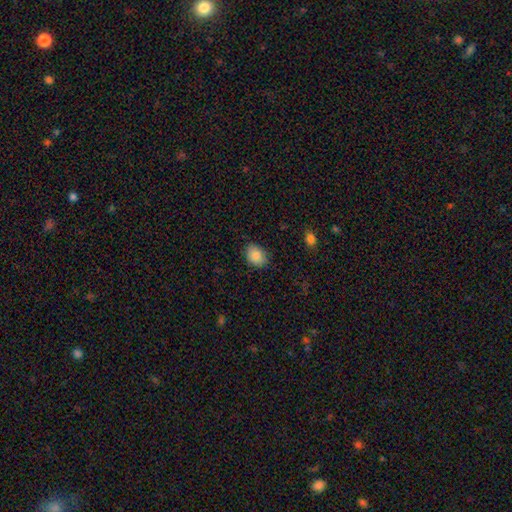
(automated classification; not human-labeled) Smooth or featured? smooth (87%)
How rounded? in between (67%)
Merging? none (82%)